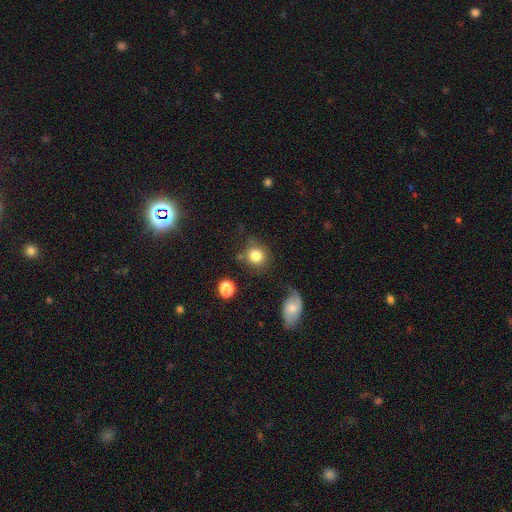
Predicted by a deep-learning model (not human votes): smooth-or-featured: smooth: 82% | star or artifact: 10% | featured or disk: 8%
  how-rounded: round: 85% | in between: 14% | cigar-shaped: 1%
  merging: none: 72% | minor disturbance: 15% | merger: 7% | major disturbance: 6%